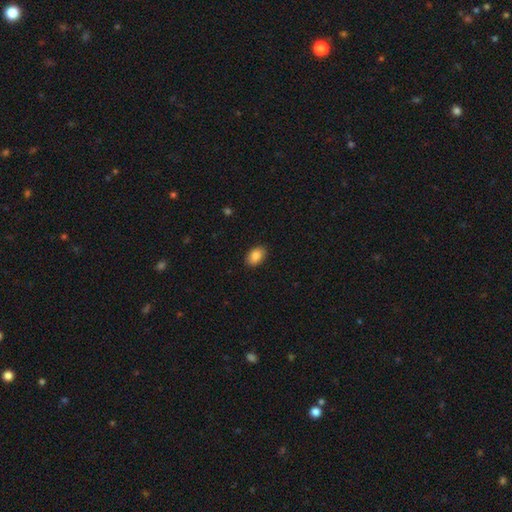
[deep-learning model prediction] Morphology: type=smooth (87%); roundness=in between (89%); merging=none (89%).